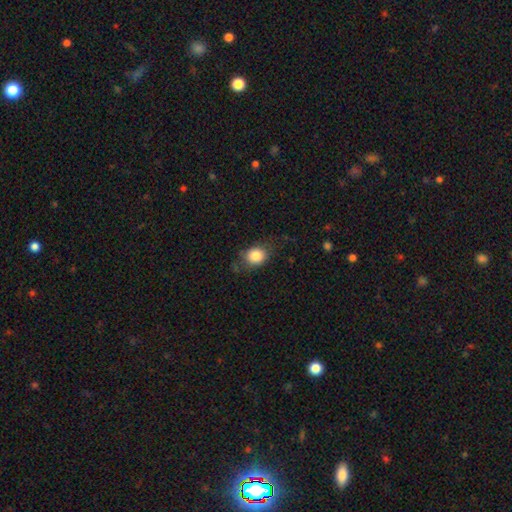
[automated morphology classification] A smooth galaxy with no disk features (82%) that is round (58%).

Vote fractions:
- Smooth or featured? smooth: 82% / star or artifact: 9% / featured or disk: 9%
- How rounded? round: 58% / in between: 41% / cigar-shaped: 1%
- Merging? none: 68% / minor disturbance: 22% / major disturbance: 8% / merger: 2%